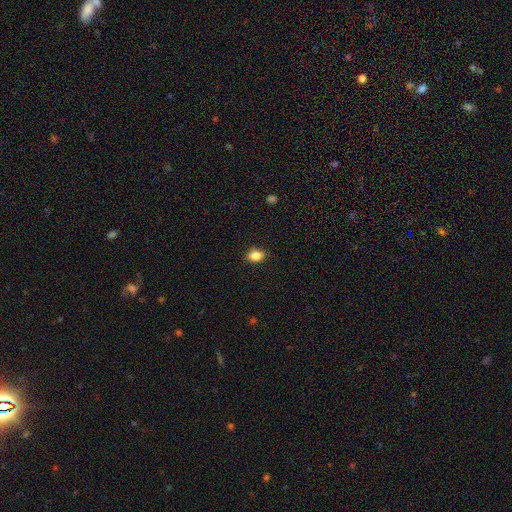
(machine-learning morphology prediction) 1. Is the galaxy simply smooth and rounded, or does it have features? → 85% smooth, 9% star or artifact, 6% featured or disk.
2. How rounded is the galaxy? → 73% in between, 25% round, 1% cigar-shaped.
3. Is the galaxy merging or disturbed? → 87% none, 10% minor disturbance, 2% major disturbance, 1% merger.